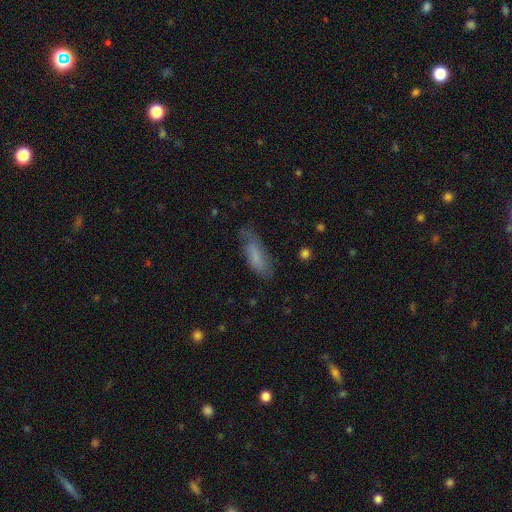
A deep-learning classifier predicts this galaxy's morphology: Smooth or featured? Predicted: smooth (p=0.74). How rounded? Predicted: in between (p=0.56). Merging? Predicted: none (p=0.66).